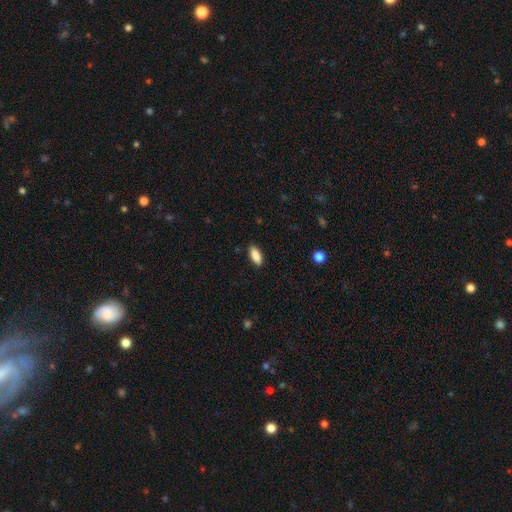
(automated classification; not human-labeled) Q: Smooth or featured?
A: smooth (89%); runner-up: star or artifact (7%)
Q: How rounded?
A: in between (81%); runner-up: cigar-shaped (17%)
Q: Merging?
A: none (87%); runner-up: minor disturbance (10%)